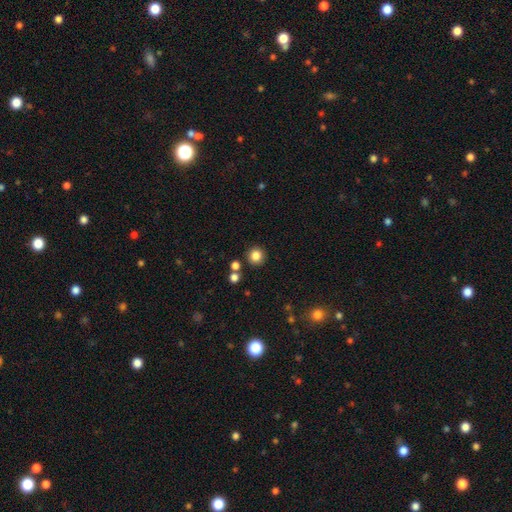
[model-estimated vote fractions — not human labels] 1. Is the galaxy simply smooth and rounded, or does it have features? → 83% smooth, 12% star or artifact, 5% featured or disk.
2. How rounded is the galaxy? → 94% round, 5% in between, 1% cigar-shaped.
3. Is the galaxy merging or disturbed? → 87% none, 6% minor disturbance, 5% merger, 2% major disturbance.